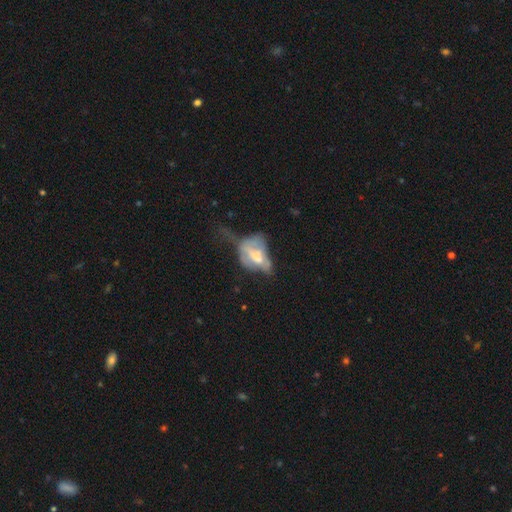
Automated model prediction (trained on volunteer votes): smooth_or_featured: featured or disk (p=0.46) [alt: smooth p=0.44]
merging: major disturbance (p=0.47) [alt: minor disturbance p=0.19]